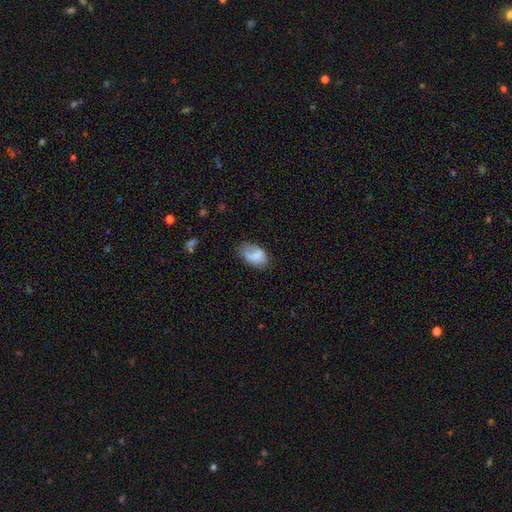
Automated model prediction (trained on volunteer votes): smooth_or_featured: smooth (p=0.74) [alt: featured or disk p=0.18]
how_rounded: in between (p=0.90) [alt: round p=0.09]
merging: none (p=0.53) [alt: minor disturbance p=0.31]